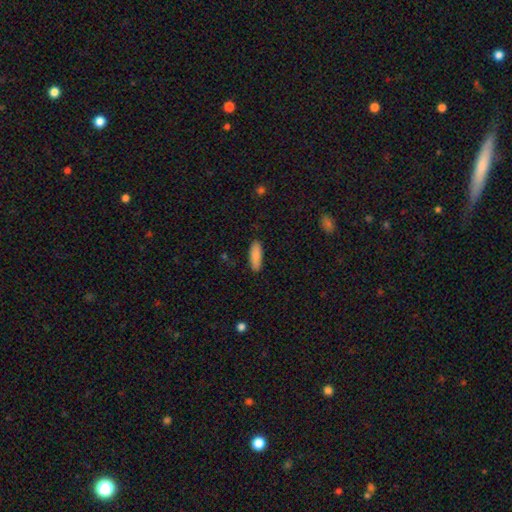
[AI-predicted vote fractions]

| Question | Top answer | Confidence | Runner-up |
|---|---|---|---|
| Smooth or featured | smooth | 85% | featured or disk (9%) |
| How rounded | in between | 56% | cigar-shaped (42%) |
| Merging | none | 87% | minor disturbance (10%) |